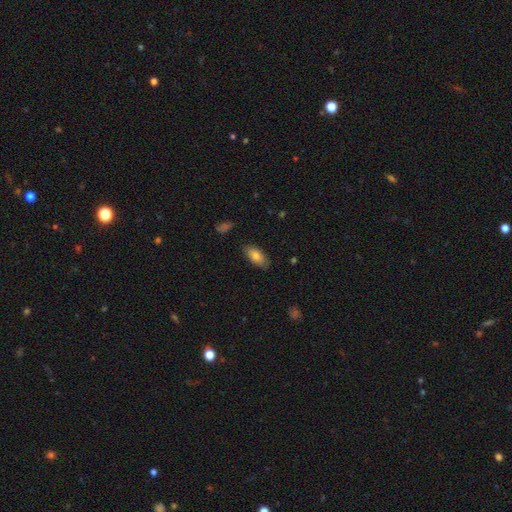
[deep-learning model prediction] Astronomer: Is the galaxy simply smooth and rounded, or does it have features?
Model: smooth — 78%.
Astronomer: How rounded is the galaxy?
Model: in between — 89%.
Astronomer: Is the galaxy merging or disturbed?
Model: none — 82%.